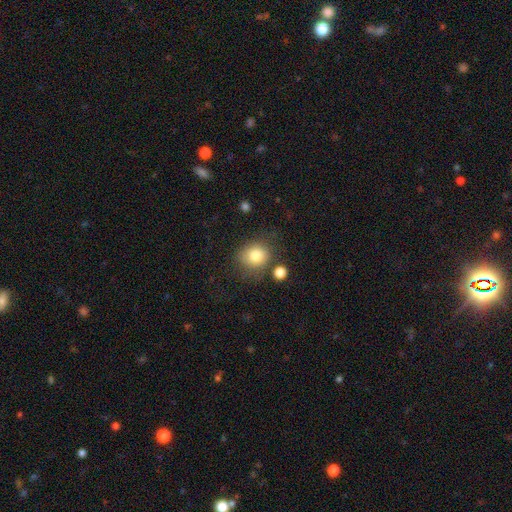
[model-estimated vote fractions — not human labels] Overall: smooth (82%). How rounded: round (75%). Merging: none (69%).